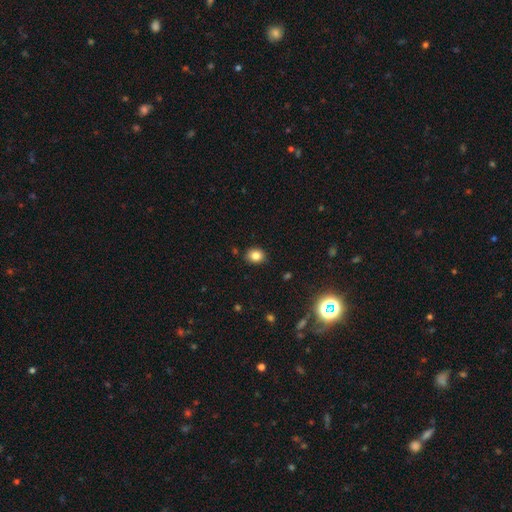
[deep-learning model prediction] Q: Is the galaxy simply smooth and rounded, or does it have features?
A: smooth — 82%.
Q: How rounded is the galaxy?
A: round — 55%.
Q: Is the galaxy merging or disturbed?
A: none — 85%.